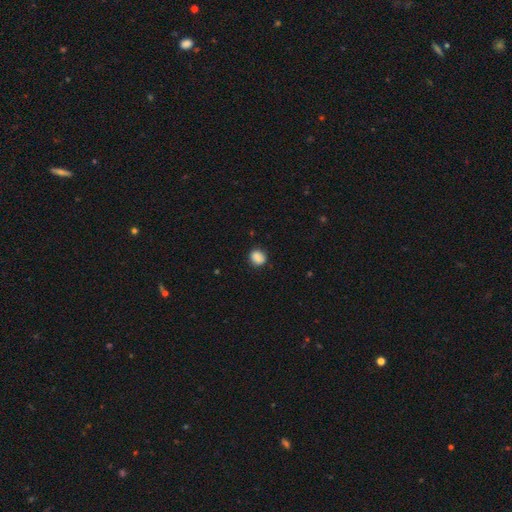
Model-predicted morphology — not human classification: Smooth or featured? Predicted: smooth (p=0.86). How rounded? Predicted: round (p=0.65). Merging? Predicted: none (p=0.80).